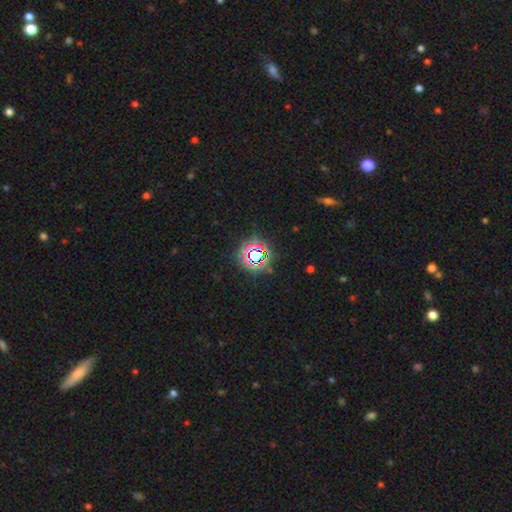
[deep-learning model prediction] Smooth or featured: star or artifact — 70% (smooth — 20%)